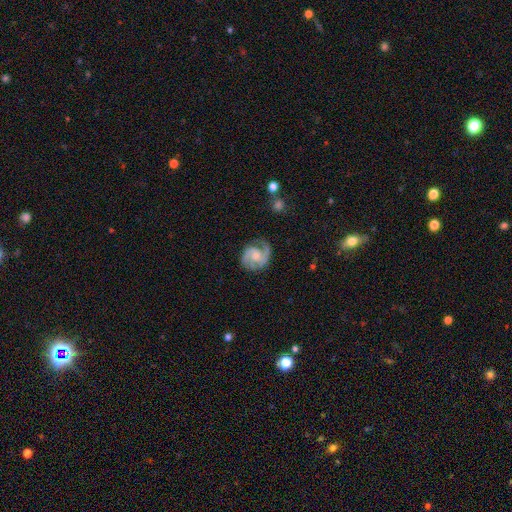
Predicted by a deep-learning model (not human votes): Morphology: type=featured or disk (82%); edge-on=no (98%); bar=no (60%); spiral arms=yes (96%); winding=medium (49%); arm count=2 (79%); bulge=moderate (46%); merging=none (66%).